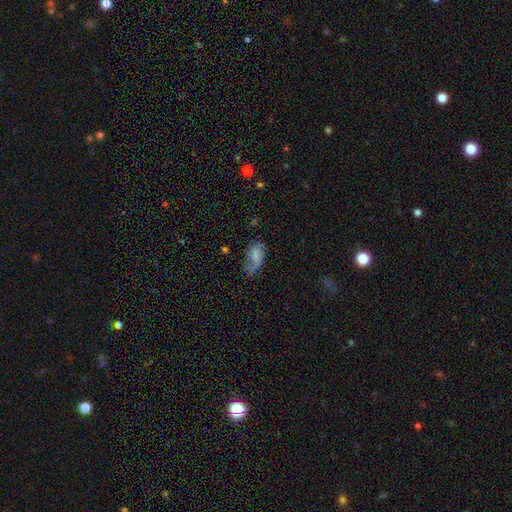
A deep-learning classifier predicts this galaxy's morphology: Smooth or featured? Predicted: smooth (p=0.68). How rounded? Predicted: in between (p=0.92). Merging? Predicted: none (p=0.38).